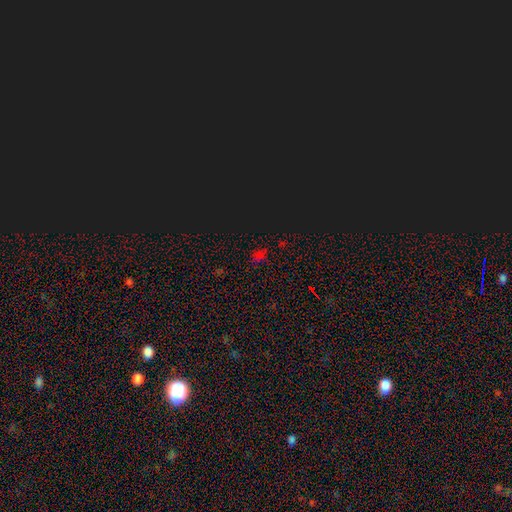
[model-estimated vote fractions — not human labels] A star or artifact, not a galaxy (67%).